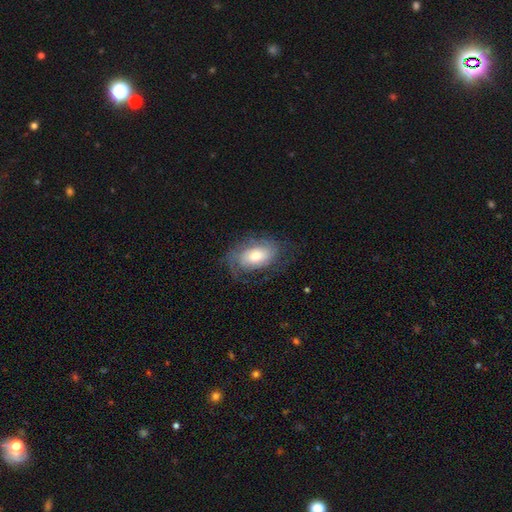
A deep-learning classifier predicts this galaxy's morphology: This appears to be a featured or disk galaxy (62%) with no bar (71%), 2 (38%) tight (49%) spiral arms (86%) and a moderate central bulge (57%). Merging: none (65%).